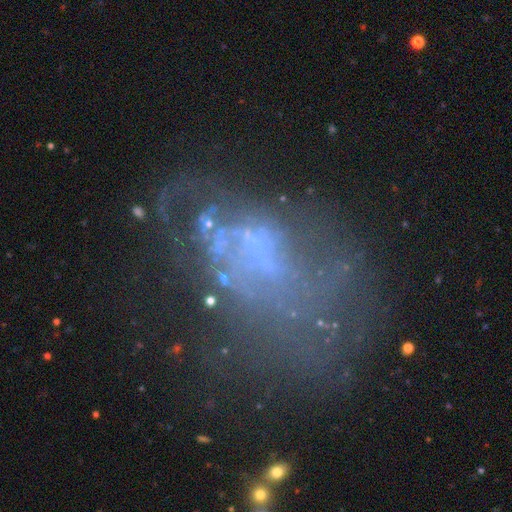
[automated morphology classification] smooth-or-featured: featured or disk: 60% | star or artifact: 21% | smooth: 20%
  disk-edge-on: no: 97% | yes: 3%
    bar: no: 84% | weak: 13% | strong: 4%
    has-spiral-arms: no: 76% | yes: 24%
    bulge-size: none: 69% | small: 18% | moderate: 9% | large: 3% | dominant: 1%
  merging: major disturbance: 40% | none: 33% | minor disturbance: 18% | merger: 9%